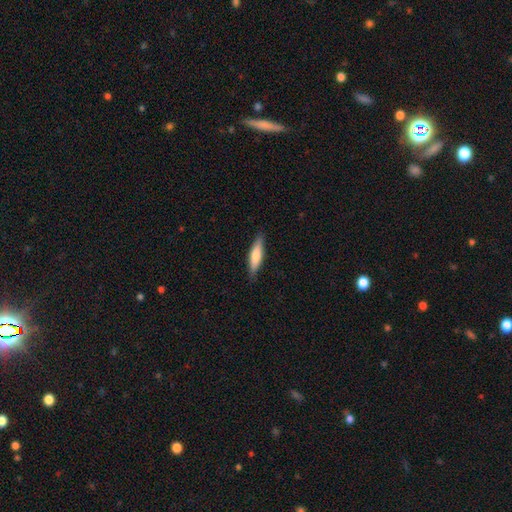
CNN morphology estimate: smooth-or-featured: smooth: 72% | featured or disk: 22% | star or artifact: 5%
  how-rounded: cigar-shaped: 72% | in between: 27% | round: 1%
  merging: none: 86% | minor disturbance: 11% | major disturbance: 2% | merger: 1%